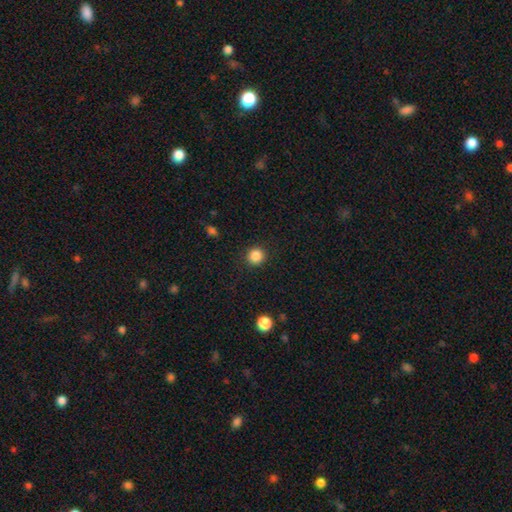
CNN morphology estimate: Smooth or featured: smooth — 86% (star or artifact — 11%)
How rounded: round — 92% (in between — 7%)
Merging: none — 91% (minor disturbance — 6%)